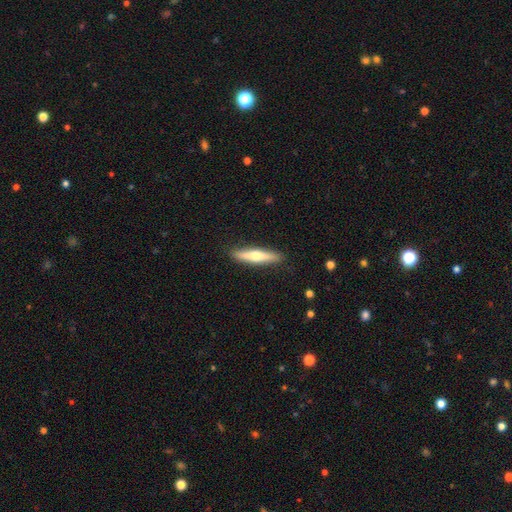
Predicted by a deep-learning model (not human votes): Morphology: type=smooth (48%); merging=none (89%).